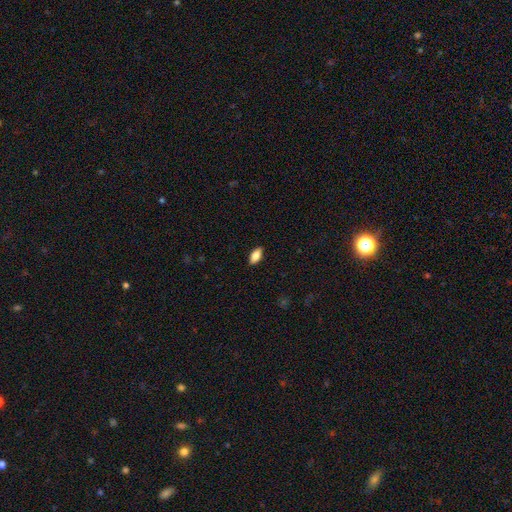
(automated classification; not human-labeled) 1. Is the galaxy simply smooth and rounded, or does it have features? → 83% smooth, 10% featured or disk, 7% star or artifact.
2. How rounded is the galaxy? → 87% in between, 10% cigar-shaped, 3% round.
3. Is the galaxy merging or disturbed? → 88% none, 9% minor disturbance, 2% major disturbance, 1% merger.